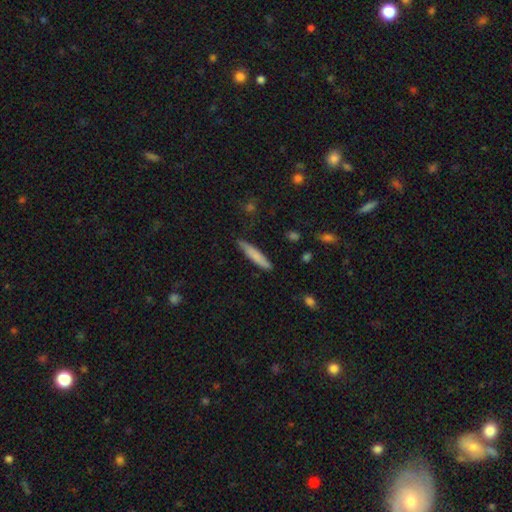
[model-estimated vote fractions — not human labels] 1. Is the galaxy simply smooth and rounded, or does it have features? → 76% smooth, 18% featured or disk, 6% star or artifact.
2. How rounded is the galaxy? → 91% cigar-shaped, 8% in between, 1% round.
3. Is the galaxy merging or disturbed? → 82% none, 14% minor disturbance, 2% major disturbance, 2% merger.